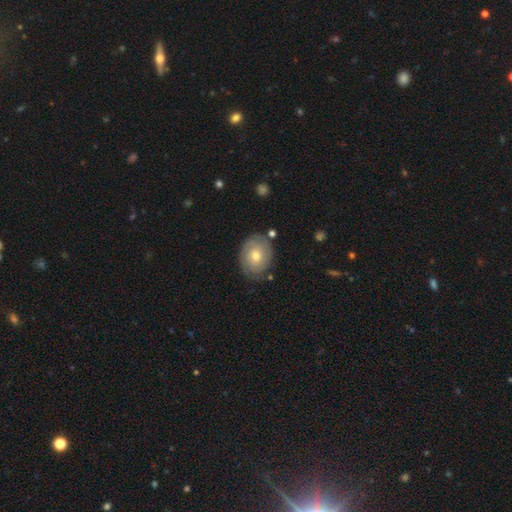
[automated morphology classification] The model was most divided on "smooth or featured": featured or disk: 48%, smooth: 44%, star or artifact: 7%. More confident: merging — none (76%).